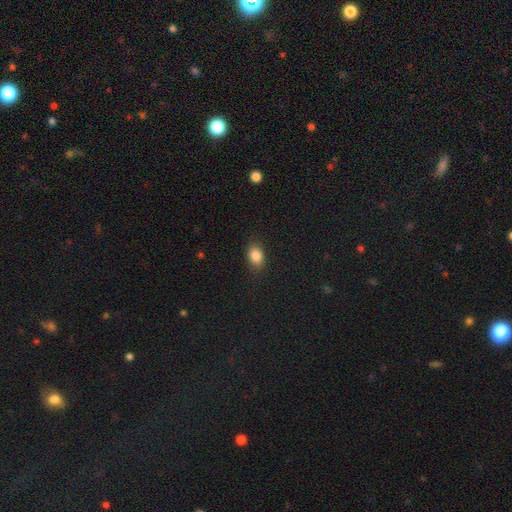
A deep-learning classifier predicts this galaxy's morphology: smooth_or_featured: smooth (p=0.85) [alt: star or artifact p=0.09]
how_rounded: in between (p=0.77) [alt: round p=0.21]
merging: none (p=0.86) [alt: minor disturbance p=0.10]